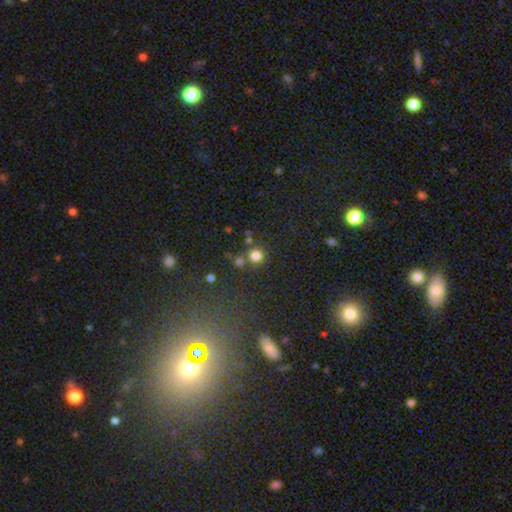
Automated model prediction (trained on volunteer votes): A smooth galaxy with no disk features (78%) that is round (95%).

Vote fractions:
- Smooth or featured? smooth: 78% / star or artifact: 16% / featured or disk: 6%
- How rounded? round: 95% / in between: 4% / cigar-shaped: 1%
- Merging? none: 77% / merger: 12% / minor disturbance: 7% / major disturbance: 3%